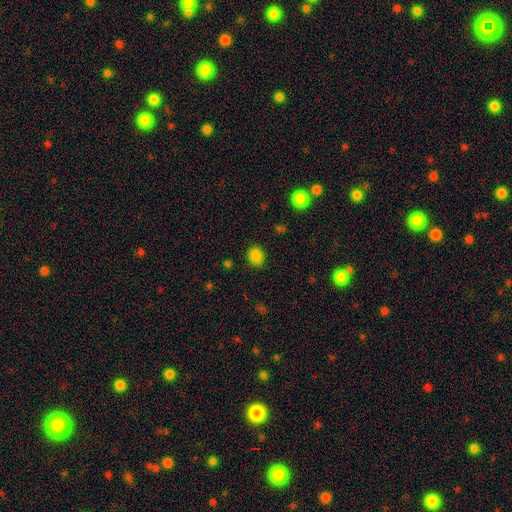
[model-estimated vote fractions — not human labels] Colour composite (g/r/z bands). It shows a smooth galaxy with no disk features (85%) that is round (56%). Merging: none (86%).